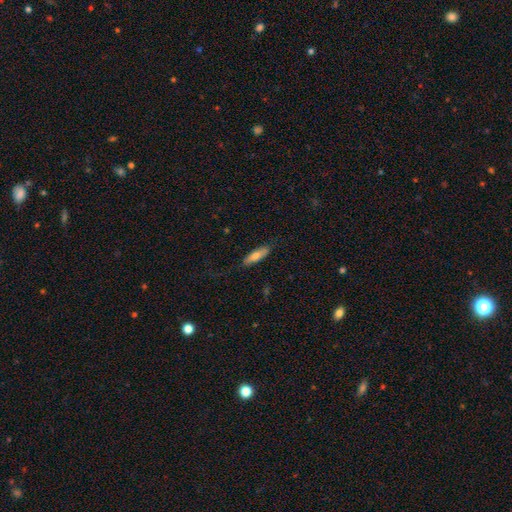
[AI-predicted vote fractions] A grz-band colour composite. It shows a smooth galaxy with no disk features (71%) that is in between round and cigar-shaped (50%). Merging: none (79%).